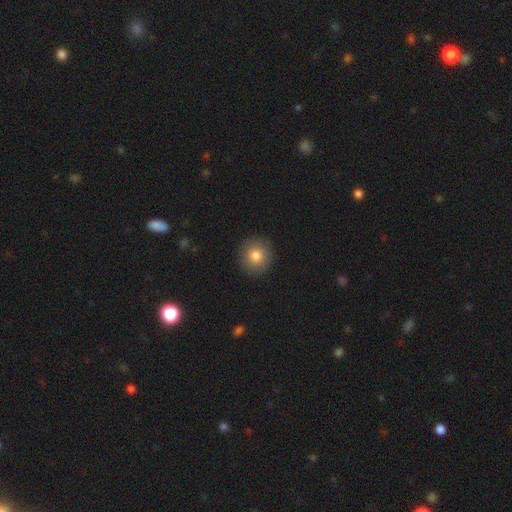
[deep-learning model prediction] Smooth or featured: smooth — 81% (featured or disk — 10%)
How rounded: round — 90% (in between — 9%)
Merging: none — 91% (minor disturbance — 6%)